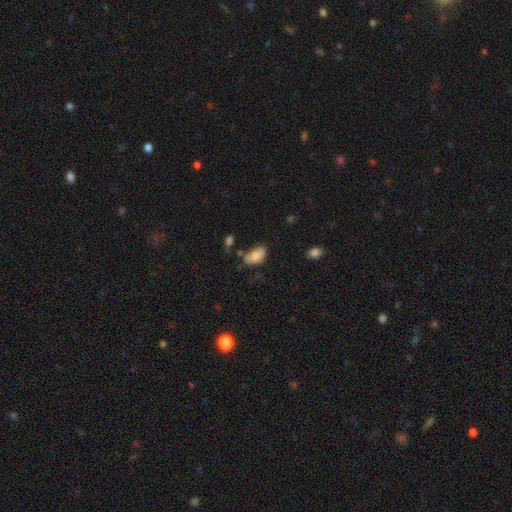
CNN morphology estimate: A smooth galaxy with no disk features (75%) that is in between round and cigar-shaped (91%).

Vote fractions:
- Smooth or featured? smooth: 75% / featured or disk: 16% / star or artifact: 9%
- How rounded? in between: 91% / round: 7% / cigar-shaped: 2%
- Merging? none: 40% / minor disturbance: 32% / merger: 15% / major disturbance: 13%